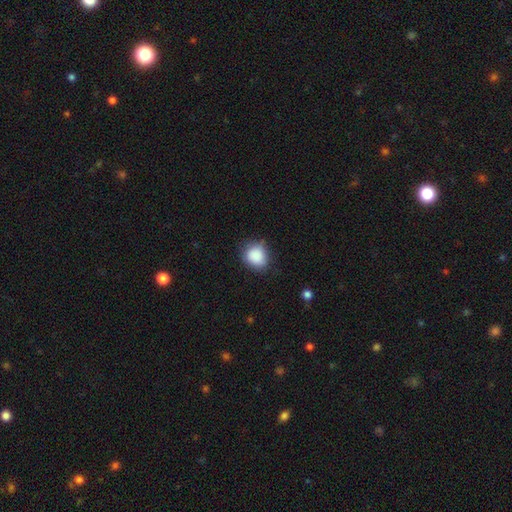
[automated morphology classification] Q: Smooth or featured?
A: smooth (87%); runner-up: star or artifact (9%)
Q: How rounded?
A: round (63%); runner-up: in between (36%)
Q: Merging?
A: none (72%); runner-up: minor disturbance (21%)